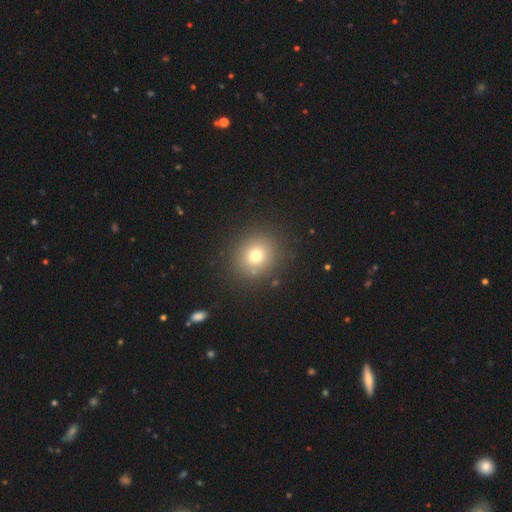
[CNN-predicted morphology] smooth_or_featured: smooth (p=0.73) [alt: star or artifact p=0.16]
how_rounded: round (p=0.85) [alt: in between p=0.14]
merging: none (p=0.87) [alt: minor disturbance p=0.07]